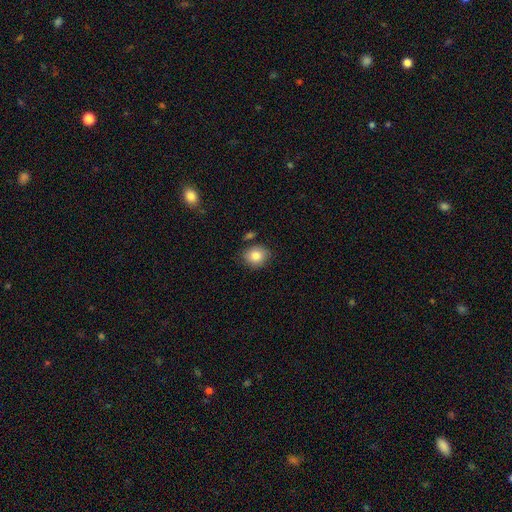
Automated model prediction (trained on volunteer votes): Smooth or featured? Predicted: smooth (p=0.84). How rounded? Predicted: round (p=0.67). Merging? Predicted: none (p=0.78).